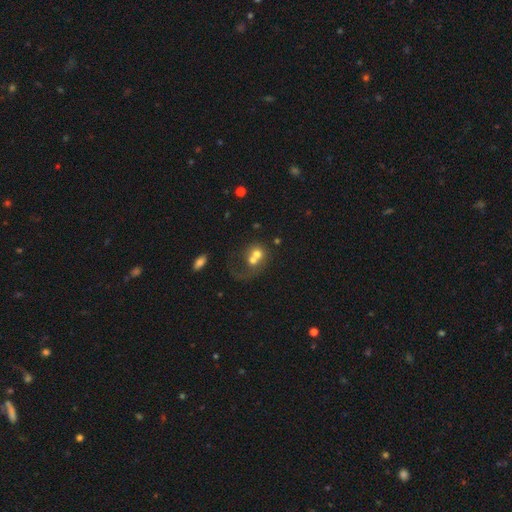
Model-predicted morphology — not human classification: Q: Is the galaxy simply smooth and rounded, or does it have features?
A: smooth — 57%.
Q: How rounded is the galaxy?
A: round — 71%.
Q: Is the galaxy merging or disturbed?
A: merger — 68%.